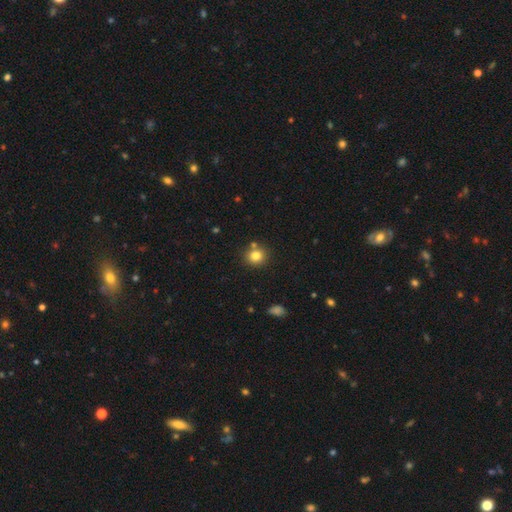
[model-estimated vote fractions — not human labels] Morphology: type=smooth (81%); roundness=round (85%); merging=none (77%).